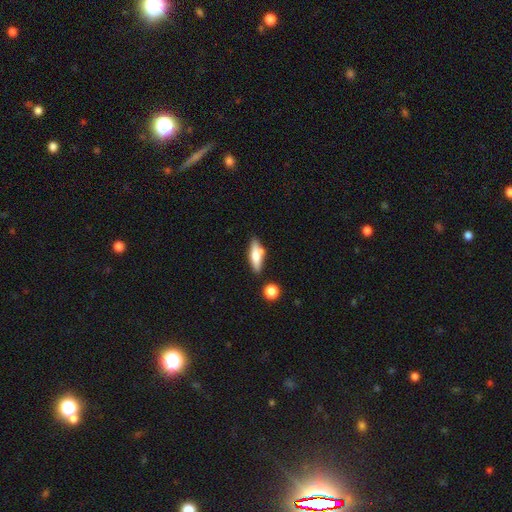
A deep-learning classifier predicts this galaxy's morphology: The model was most divided on "how rounded": cigar-shaped: 51%, in between: 46%, round: 3%. More confident: merging — none (67%); smooth or featured — smooth (62%).